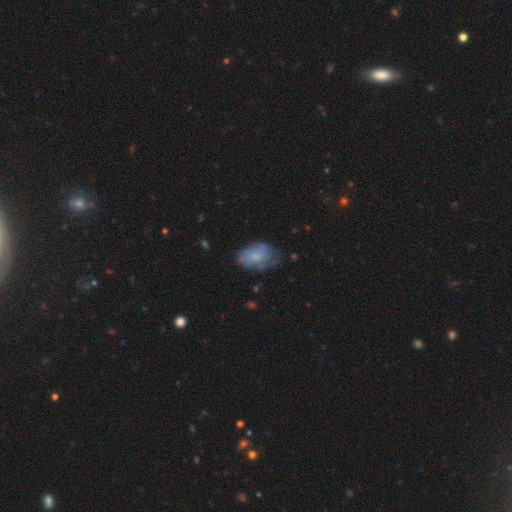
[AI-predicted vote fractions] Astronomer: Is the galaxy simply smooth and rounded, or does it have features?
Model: smooth — 47% (runner-up: featured or disk, 46%).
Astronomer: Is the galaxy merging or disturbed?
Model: none — 52% (runner-up: minor disturbance, 31%).